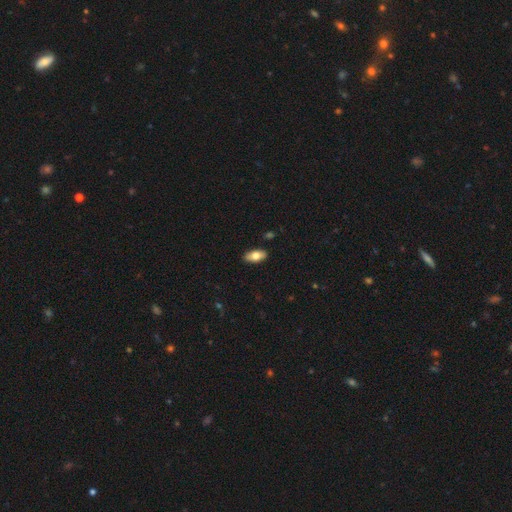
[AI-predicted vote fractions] This is likely a smooth galaxy (77%). How rounded: clearly in between (91%). Merging: clearly none (89%).